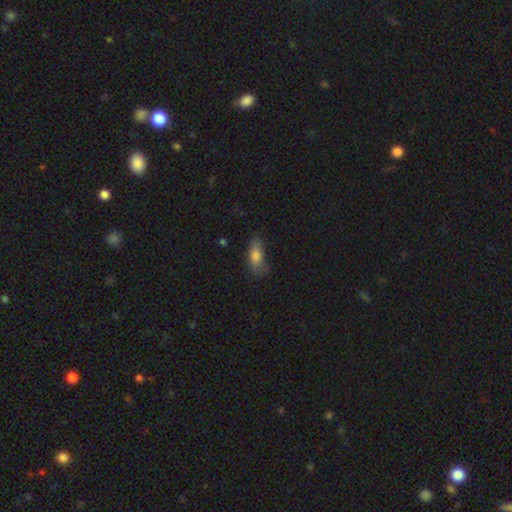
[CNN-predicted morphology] Q: Smooth or featured?
A: smooth (76%); runner-up: featured or disk (15%)
Q: How rounded?
A: in between (79%); runner-up: cigar-shaped (17%)
Q: Merging?
A: none (55%); runner-up: minor disturbance (31%)